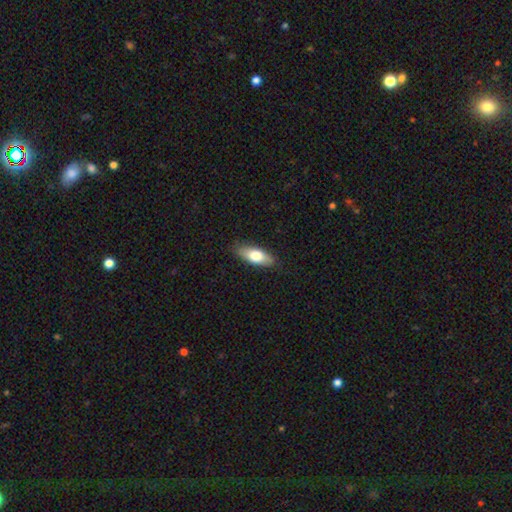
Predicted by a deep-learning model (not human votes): smooth_or_featured: smooth (p=0.73) [alt: featured or disk p=0.21]
how_rounded: in between (p=0.74) [alt: cigar-shaped p=0.24]
merging: none (p=0.85) [alt: minor disturbance p=0.12]